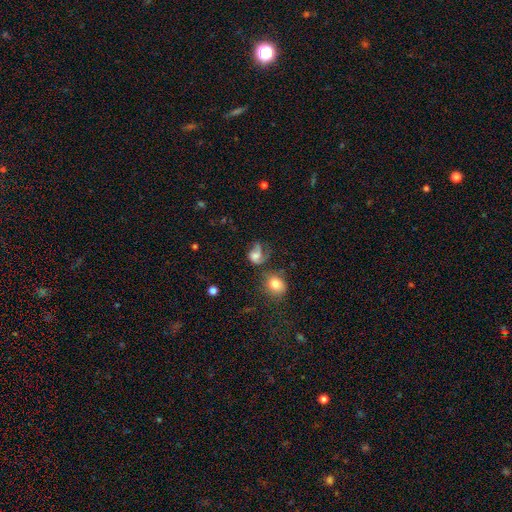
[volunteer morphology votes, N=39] A featured or disk galaxy (64%) with no bar (56%), 2 (85%) medium (45%, tied with loose) spiral arms (80%) and a moderate central bulge (44%). Merging: major disturbance (42%).